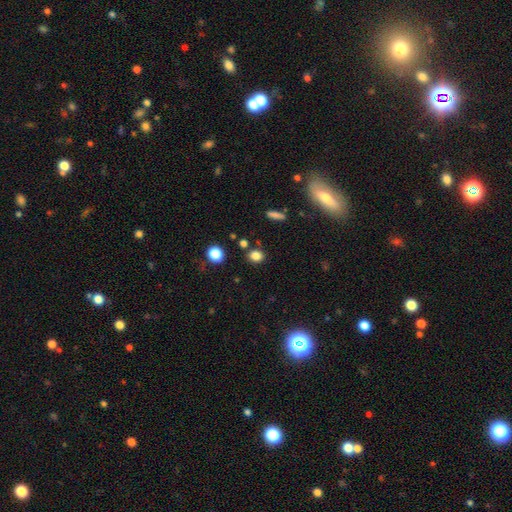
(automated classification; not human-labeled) Q: Smooth or featured?
A: smooth (82%); runner-up: star or artifact (13%)
Q: How rounded?
A: round (61%); runner-up: in between (37%)
Q: Merging?
A: none (81%); runner-up: minor disturbance (10%)